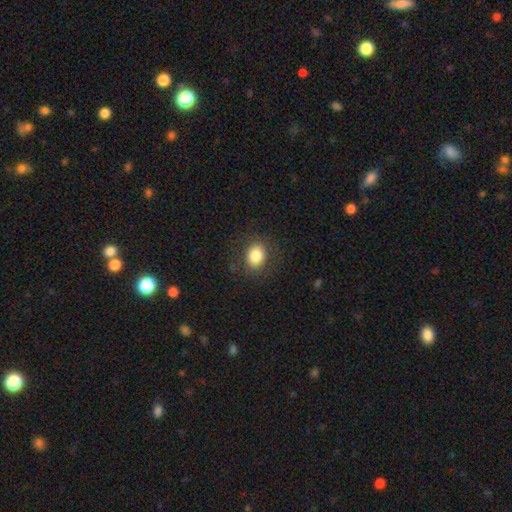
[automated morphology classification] smooth_or_featured: smooth (p=0.83) [alt: star or artifact p=0.10]
how_rounded: in between (p=0.50) [alt: round p=0.49]
merging: none (p=0.82) [alt: minor disturbance p=0.12]